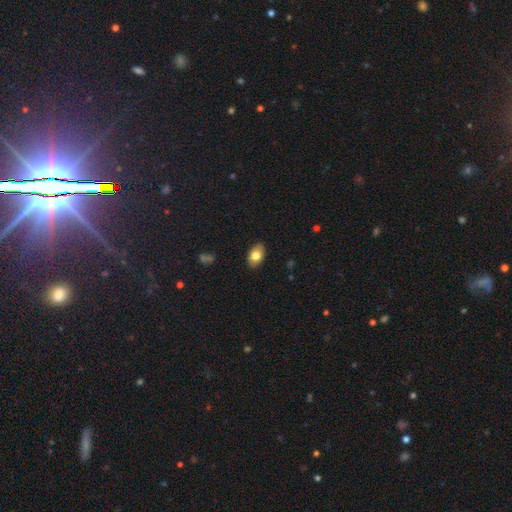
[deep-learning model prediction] This is likely a smooth galaxy (79%). How rounded: clearly in between (88%). Merging: clearly none (87%).